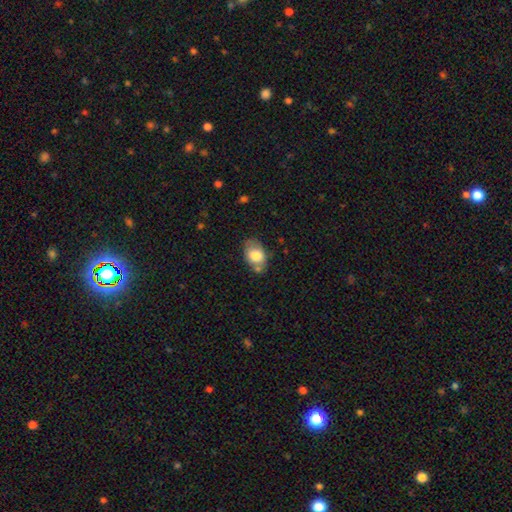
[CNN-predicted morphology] This appears to be a smooth galaxy with no disk features (78%) that is in between round and cigar-shaped (83%). Merging: none (56%).